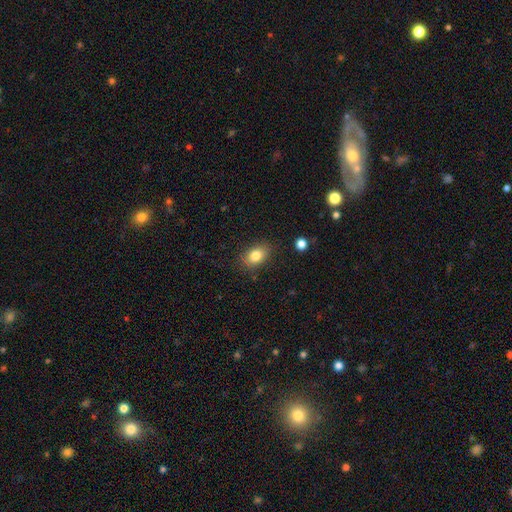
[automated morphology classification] Overall: smooth (81%). How rounded: in between (76%). Merging: none (83%).